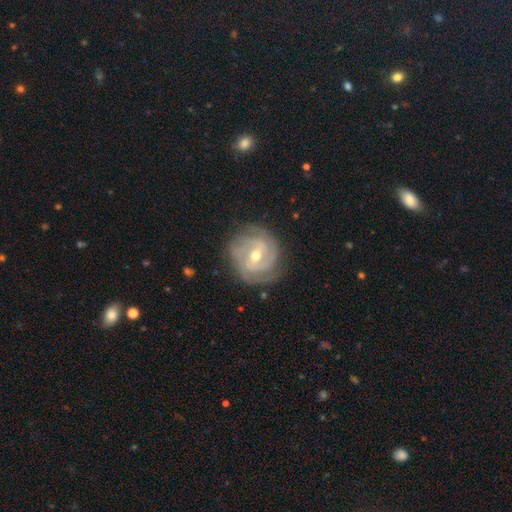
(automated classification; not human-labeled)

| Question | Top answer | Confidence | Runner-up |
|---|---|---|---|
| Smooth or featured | featured or disk | 87% | smooth (8%) |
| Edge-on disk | no | 97% | yes (3%) |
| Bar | weak | 50% | no (25%) |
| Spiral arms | yes | 96% | no (4%) |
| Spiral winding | tight | 63% | medium (31%) |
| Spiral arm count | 3 | 34% | 2 (28%) |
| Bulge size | moderate | 54% | small (43%) |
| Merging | none | 79% | minor disturbance (15%) |